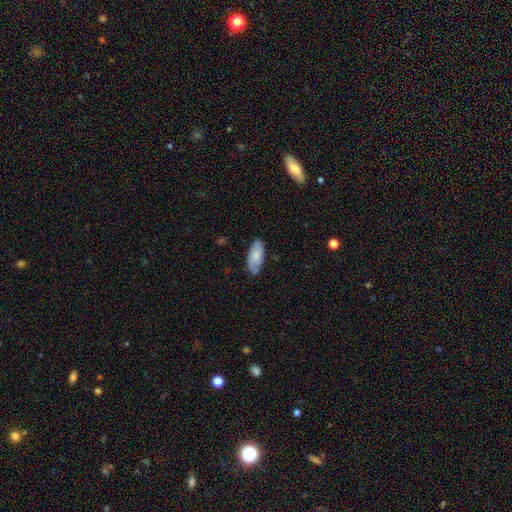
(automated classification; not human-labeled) Q: Smooth or featured?
A: smooth (65%); runner-up: featured or disk (29%)
Q: How rounded?
A: in between (88%); runner-up: cigar-shaped (10%)
Q: Merging?
A: none (74%); runner-up: minor disturbance (21%)